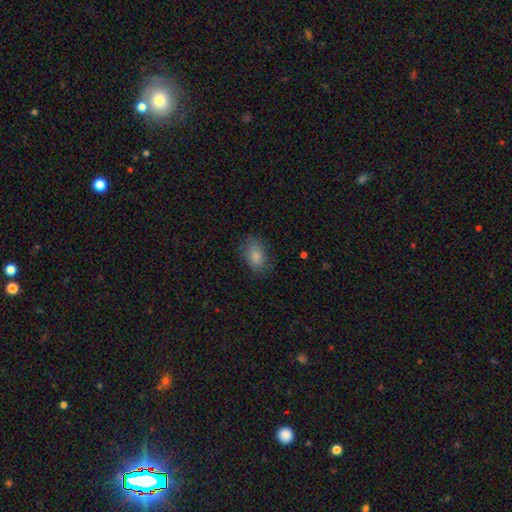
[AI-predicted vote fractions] A smooth galaxy with no disk features (83%) that is in between round and cigar-shaped (85%). Merging: none (74%).